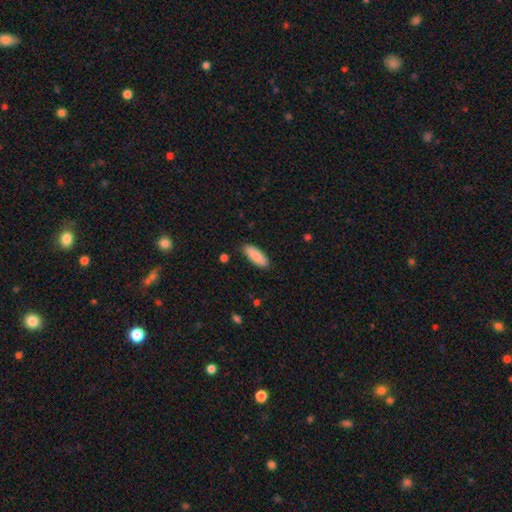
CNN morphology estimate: type=smooth (88%); roundness=in between (69%); merging=none (85%).